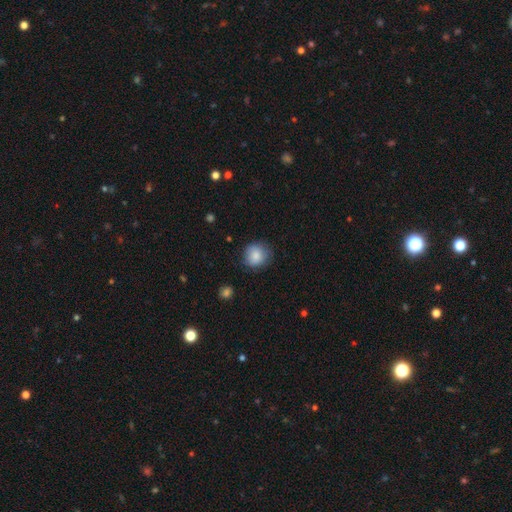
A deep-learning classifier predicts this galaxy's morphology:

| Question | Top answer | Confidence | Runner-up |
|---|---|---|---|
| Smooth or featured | smooth | 84% | star or artifact (8%) |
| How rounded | round | 82% | in between (17%) |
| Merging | none | 76% | minor disturbance (18%) |